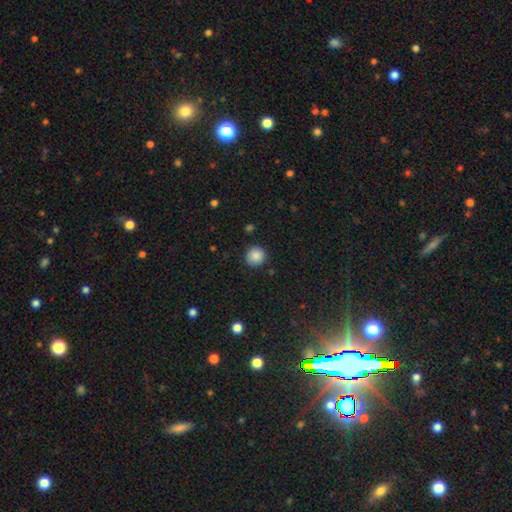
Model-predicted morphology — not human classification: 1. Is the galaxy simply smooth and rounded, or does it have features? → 87% smooth, 10% star or artifact, 4% featured or disk.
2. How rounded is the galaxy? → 93% round, 7% in between, 1% cigar-shaped.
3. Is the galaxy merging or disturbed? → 88% none, 8% minor disturbance, 2% major disturbance, 1% merger.